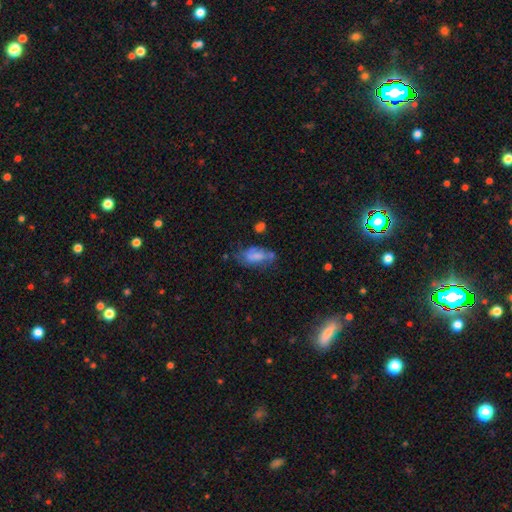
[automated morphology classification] Smooth or featured? Predicted: smooth (p=0.62). How rounded? Predicted: in between (p=0.86). Merging? Predicted: none (p=0.41).